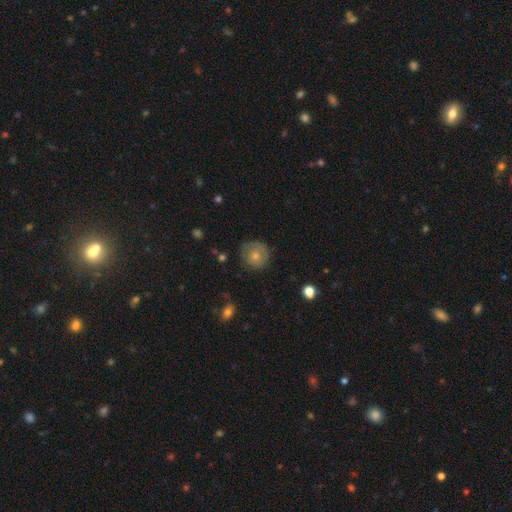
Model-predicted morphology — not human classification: type=smooth (63%); roundness=round (89%); merging=none (71%).